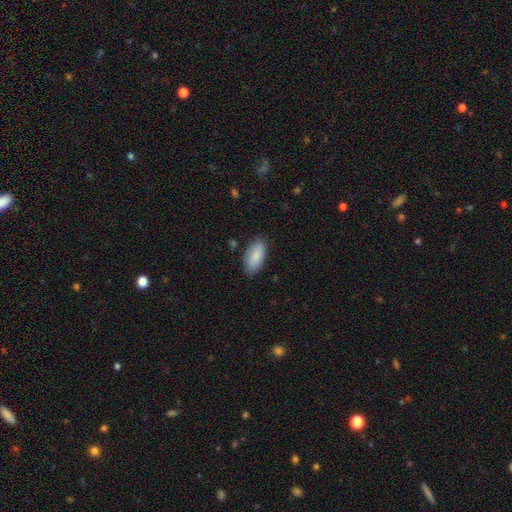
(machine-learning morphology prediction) A smooth galaxy with no disk features (87%) that is in between round and cigar-shaped (91%). Merging: none (85%).